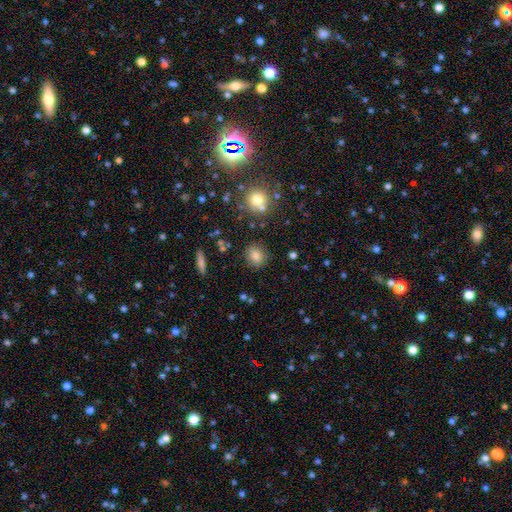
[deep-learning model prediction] Overall: smooth (80%). How rounded: round (75%). Merging: none (86%).